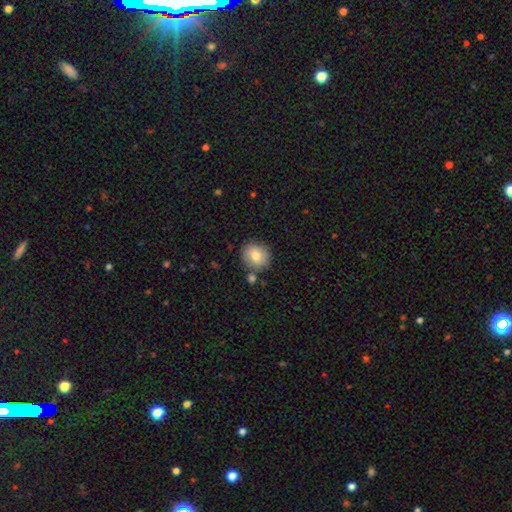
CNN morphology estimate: A smooth galaxy with no disk features (77%) that is round (87%).

Vote fractions:
- Smooth or featured? smooth: 77% / featured or disk: 14% / star or artifact: 9%
- How rounded? round: 87% / in between: 12% / cigar-shaped: 1%
- Merging? none: 79% / minor disturbance: 11% / merger: 8% / major disturbance: 3%